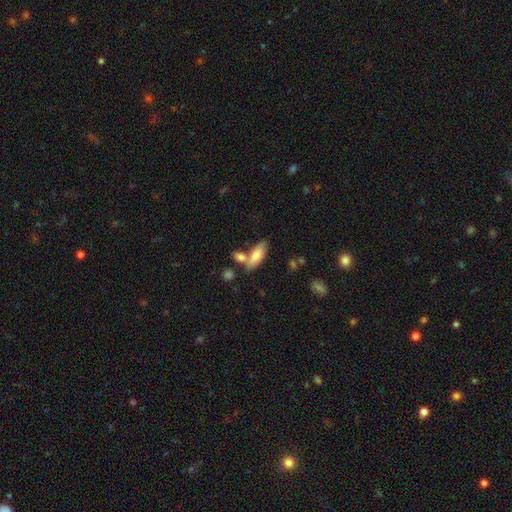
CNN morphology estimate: Smooth or featured?
  - smooth: 74% *
  - featured or disk: 19%
  - star or artifact: 6%
How rounded?
  - in between: 71% *
  - cigar-shaped: 27%
  - round: 2%
Merging?
  - none: 52% *
  - merger: 29%
  - minor disturbance: 14%
  - major disturbance: 4%